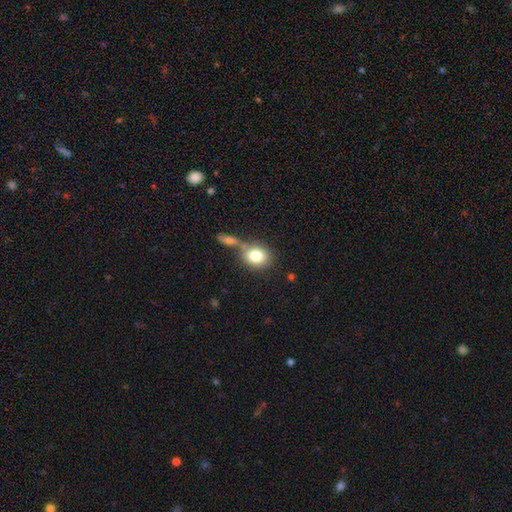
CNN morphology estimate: This is clearly a smooth galaxy (80%). How rounded: likely round (64%). Merging: possibly none (49%).